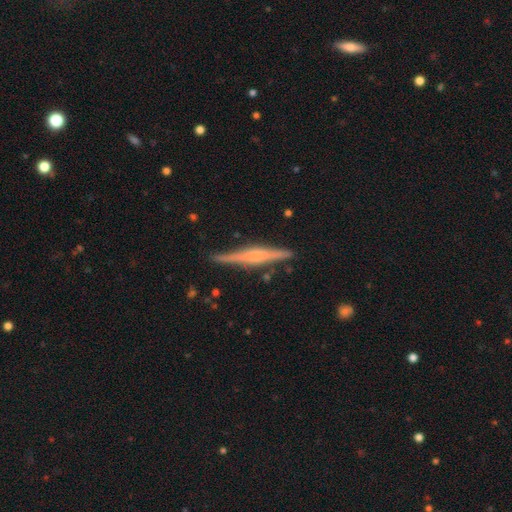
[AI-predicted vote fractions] A featured or disk galaxy (74%) viewed edge-on (98%) with a rounded central bulge (53%). Merging: none (87%).